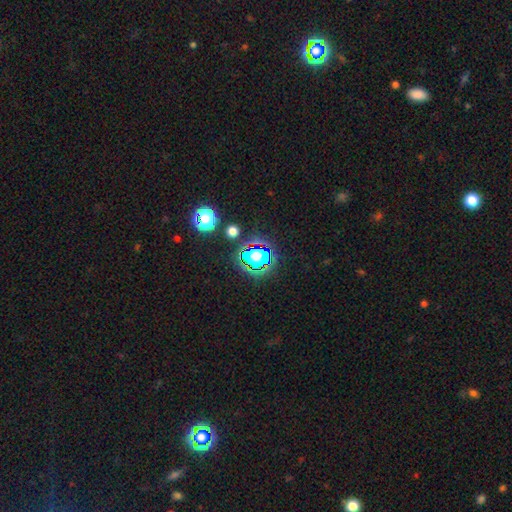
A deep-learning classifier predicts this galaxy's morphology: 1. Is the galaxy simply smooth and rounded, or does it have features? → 54% star or artifact, 32% smooth, 13% featured or disk.